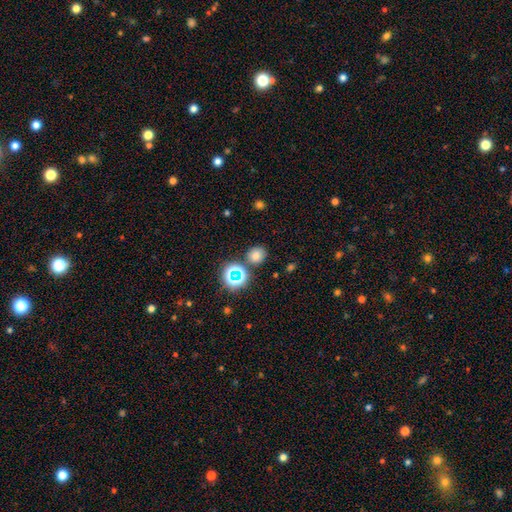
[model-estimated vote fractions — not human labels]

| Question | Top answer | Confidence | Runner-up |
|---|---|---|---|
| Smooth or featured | smooth | 72% | star or artifact (22%) |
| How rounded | round | 85% | in between (14%) |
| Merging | none | 81% | minor disturbance (9%) |